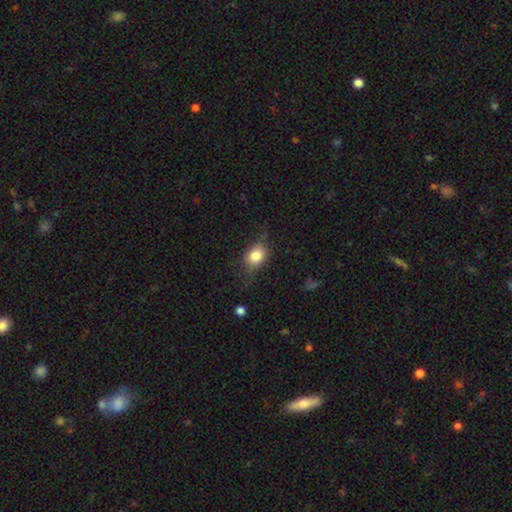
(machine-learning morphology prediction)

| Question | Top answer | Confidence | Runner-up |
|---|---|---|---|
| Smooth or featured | smooth | 75% | featured or disk (15%) |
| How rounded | in between | 57% | round (40%) |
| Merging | none | 65% | minor disturbance (24%) |